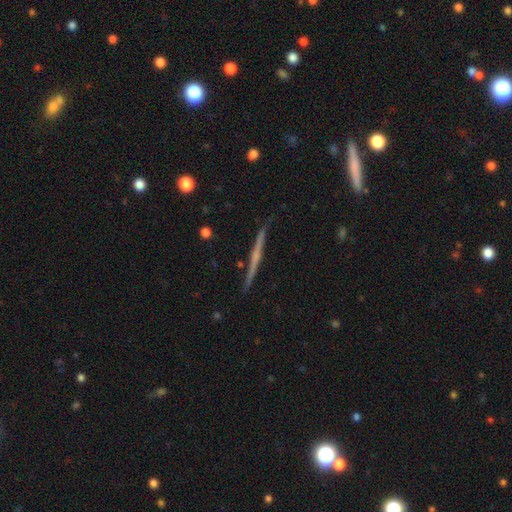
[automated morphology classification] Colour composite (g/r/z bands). It shows a featured or disk galaxy (72%) viewed edge-on (98%) with no central bulge (56%). Merging: none (90%).